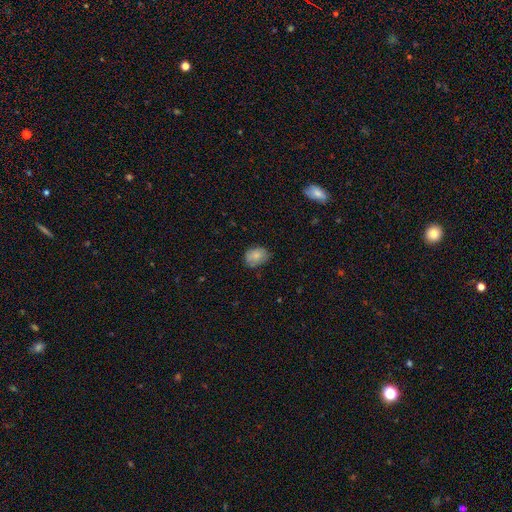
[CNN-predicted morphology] smooth_or_featured: smooth (p=0.81) [alt: featured or disk p=0.11]
how_rounded: in between (p=0.70) [alt: round p=0.29]
merging: none (p=0.71) [alt: minor disturbance p=0.23]